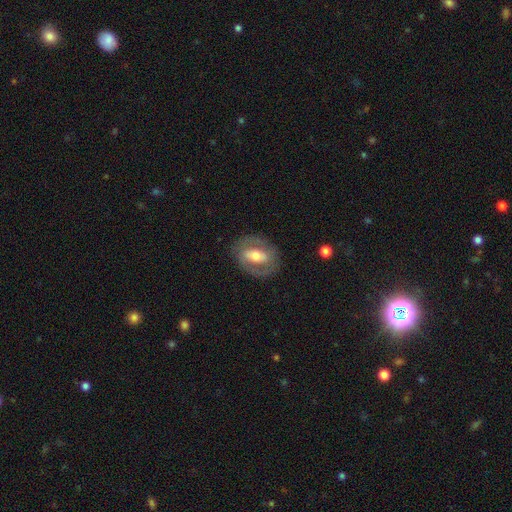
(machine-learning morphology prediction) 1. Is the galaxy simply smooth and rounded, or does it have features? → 64% featured or disk, 30% smooth, 6% star or artifact.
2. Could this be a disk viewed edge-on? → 93% no, 7% yes.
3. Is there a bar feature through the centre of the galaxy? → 41% strong, 32% weak, 27% no.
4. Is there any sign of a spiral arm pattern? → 54% no, 46% yes.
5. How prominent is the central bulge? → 63% moderate, 20% small, 14% large, 2% dominant, 1% none.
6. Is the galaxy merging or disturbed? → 79% none, 13% minor disturbance, 7% major disturbance, 1% merger.